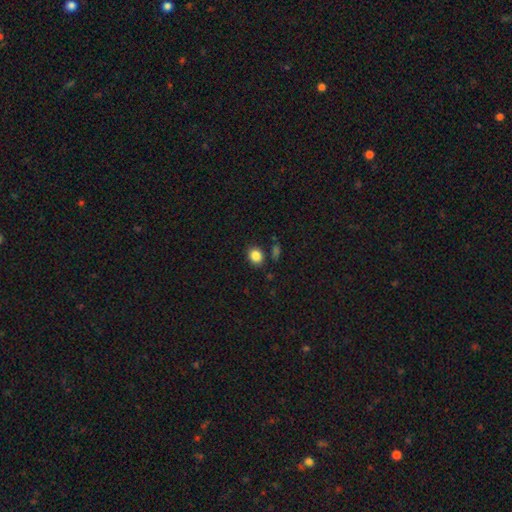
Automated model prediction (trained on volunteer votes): The model was most divided on "how rounded": round: 55%, in between: 44%, cigar-shaped: 1%. More confident: smooth or featured — smooth (86%); merging — none (82%).